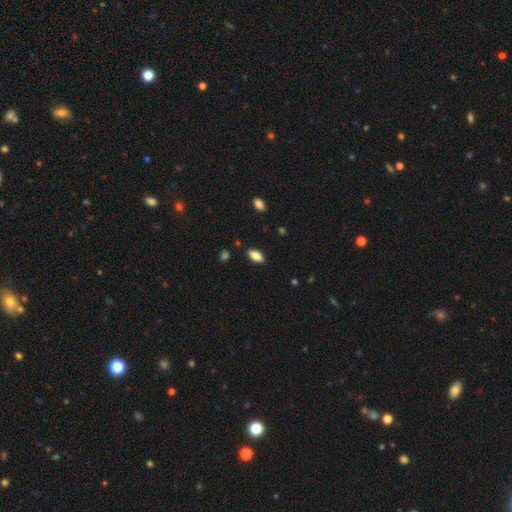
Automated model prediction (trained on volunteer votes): Smooth or featured? Predicted: smooth (p=0.85). How rounded? Predicted: in between (p=0.90). Merging? Predicted: none (p=0.87).